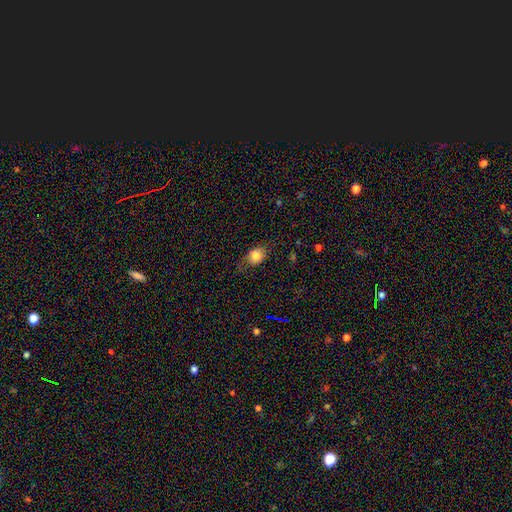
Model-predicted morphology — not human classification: Smooth or featured? Predicted: smooth (p=0.80). How rounded? Predicted: in between (p=0.65). Merging? Predicted: none (p=0.67).